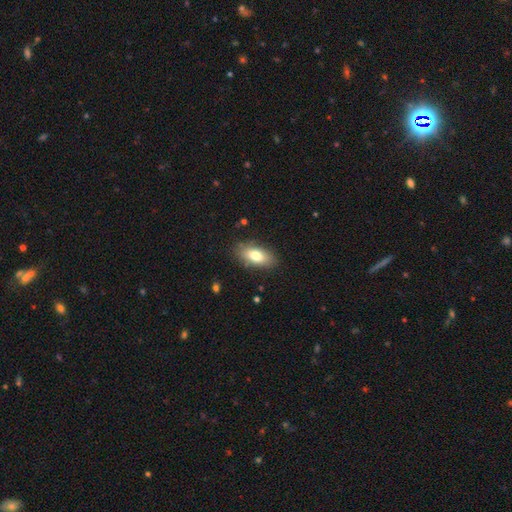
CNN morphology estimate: The model was most divided on "smooth or featured": smooth: 78%, featured or disk: 15%, star or artifact: 7%. More confident: how rounded — in between (88%); merging — none (84%).